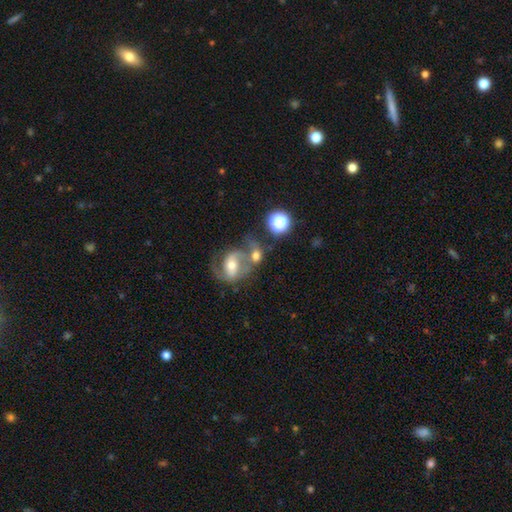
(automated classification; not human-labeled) featured or disk 51%, smooth 38%, star or artifact 11%. Down the decision tree: edge-on disk — no (96%); merging — merger (47%).